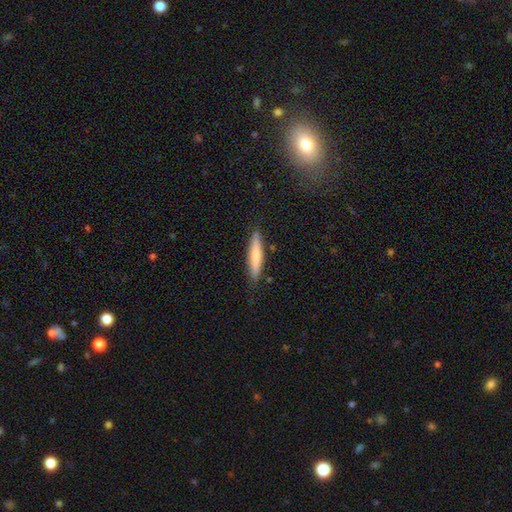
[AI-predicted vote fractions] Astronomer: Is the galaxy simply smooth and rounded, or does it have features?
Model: smooth — 69%.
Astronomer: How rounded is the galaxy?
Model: cigar-shaped — 89%.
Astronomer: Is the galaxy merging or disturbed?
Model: none — 86%.